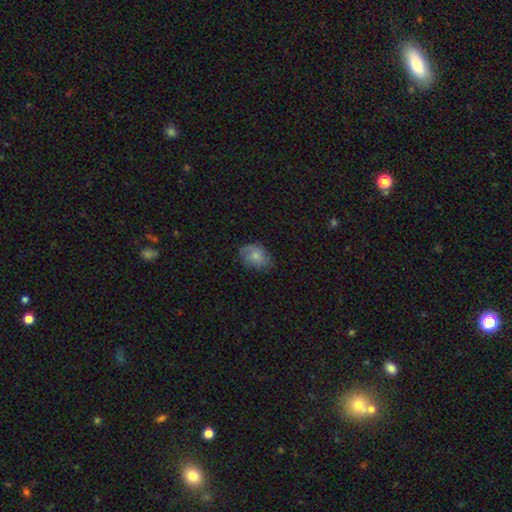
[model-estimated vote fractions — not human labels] Morphology: type=smooth (76%); roundness=in between (69%); merging=none (67%).